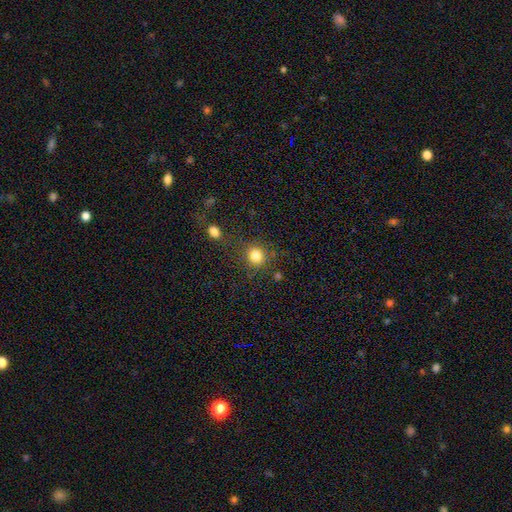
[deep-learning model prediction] The model was most divided on "smooth or featured": smooth: 82%, star or artifact: 12%, featured or disk: 6%. More confident: how rounded — round (90%); merging — none (80%).